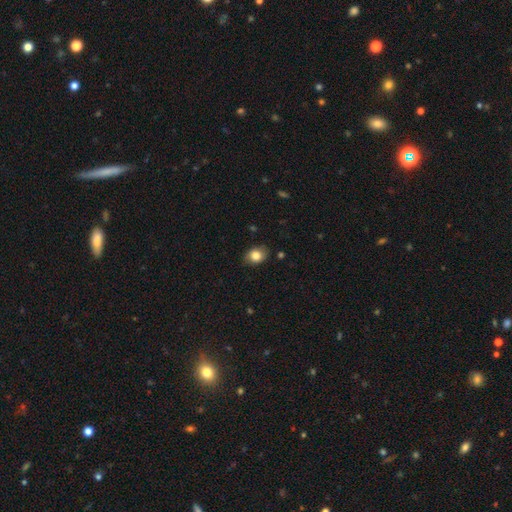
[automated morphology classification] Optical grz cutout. It shows a smooth galaxy with no disk features (82%) that is in between round and cigar-shaped (63%). Merging: none (82%).